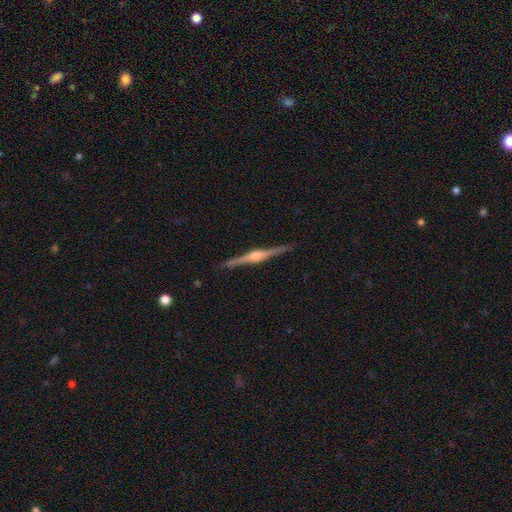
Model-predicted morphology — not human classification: type=featured or disk (85%); edge-on=yes (98%); edge-on bulge=rounded (84%); merging=none (90%).